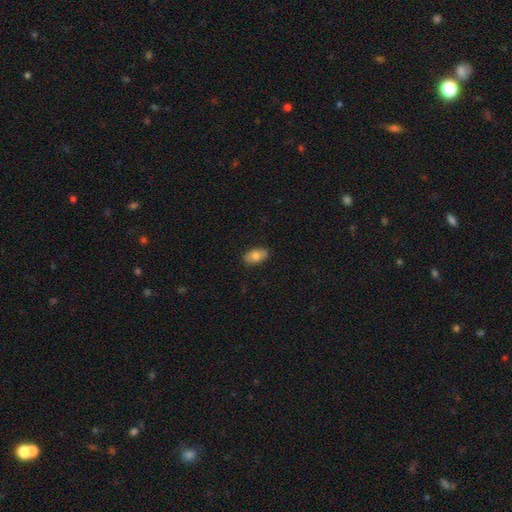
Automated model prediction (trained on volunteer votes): This is likely a smooth galaxy (74%). How rounded: clearly in between (92%). Merging: clearly none (86%).